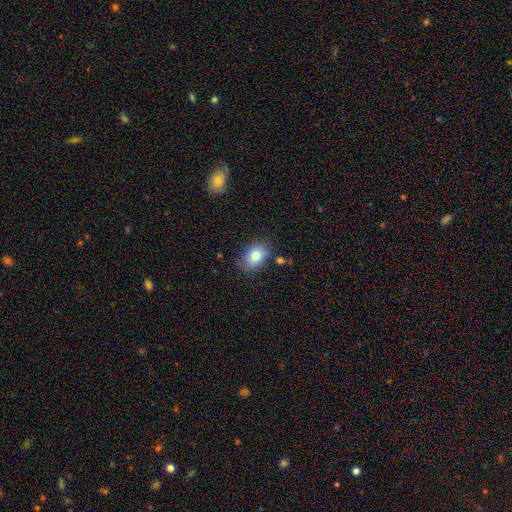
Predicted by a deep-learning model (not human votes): Morphology: type=smooth (80%); roundness=in between (83%); merging=none (78%).